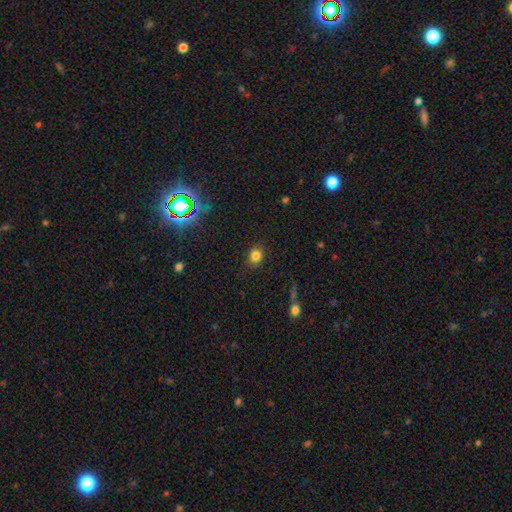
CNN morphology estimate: smooth-or-featured: smooth: 81% | star or artifact: 13% | featured or disk: 6%
  how-rounded: round: 65% | in between: 34% | cigar-shaped: 1%
  merging: none: 86% | minor disturbance: 9% | major disturbance: 3% | merger: 1%